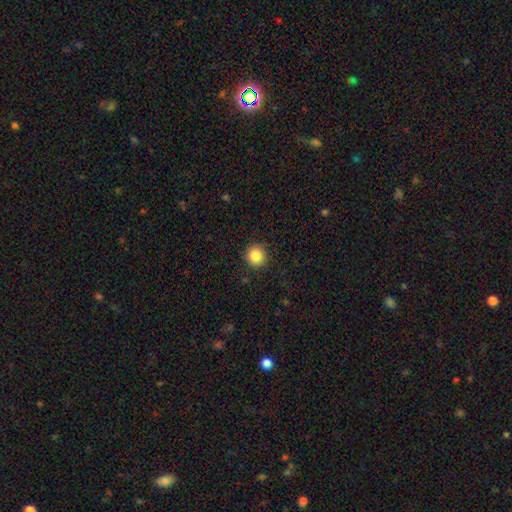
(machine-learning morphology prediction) The model was most divided on "smooth or featured": smooth: 85%, star or artifact: 10%, featured or disk: 5%. More confident: how rounded — round (91%); merging — none (90%).